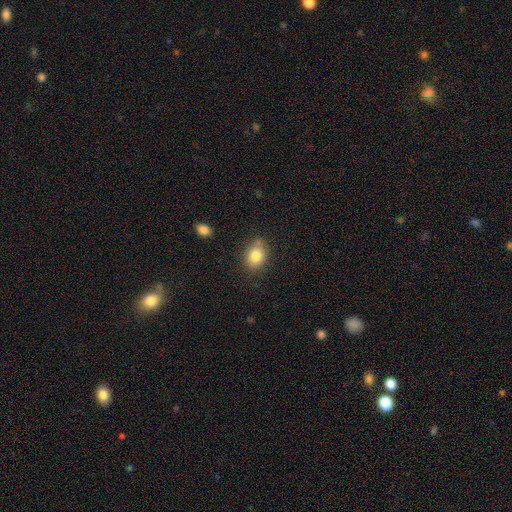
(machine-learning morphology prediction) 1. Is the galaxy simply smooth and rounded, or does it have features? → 83% smooth, 9% star or artifact, 8% featured or disk.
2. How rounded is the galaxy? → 58% in between, 41% round, 1% cigar-shaped.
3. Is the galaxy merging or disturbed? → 76% none, 16% minor disturbance, 4% merger, 4% major disturbance.